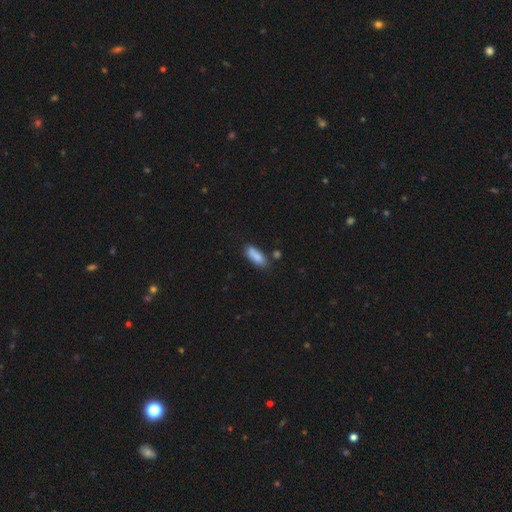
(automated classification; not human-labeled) smooth 85%, featured or disk 8%, star or artifact 7%. Down the decision tree: how rounded — in between (68%); merging — none (69%).